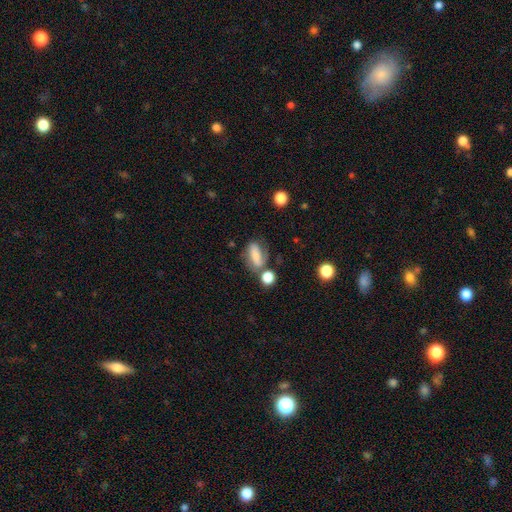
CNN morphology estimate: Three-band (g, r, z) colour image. It shows a smooth galaxy with no disk features (60%) that is in between round and cigar-shaped (77%). Merging: none (45%).